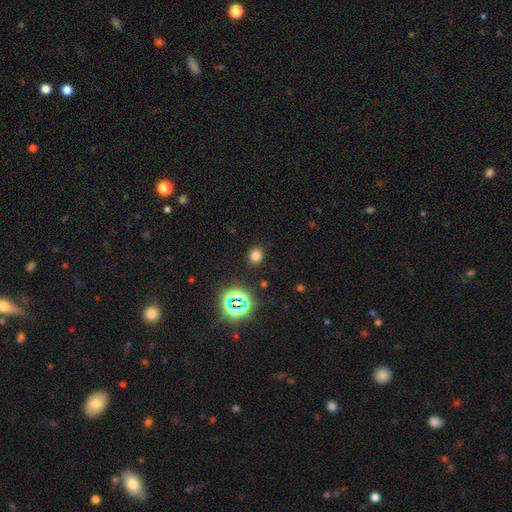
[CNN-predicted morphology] type=smooth (73%); roundness=round (77%); merging=none (88%).